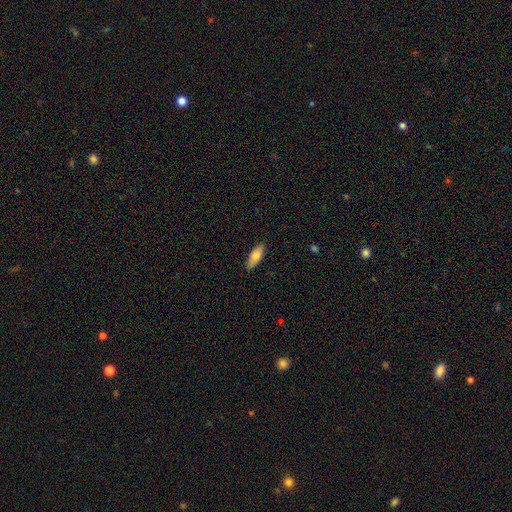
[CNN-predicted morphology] This appears to be a smooth galaxy with no disk features (78%) that is in between round and cigar-shaped (66%). Merging: none (87%).